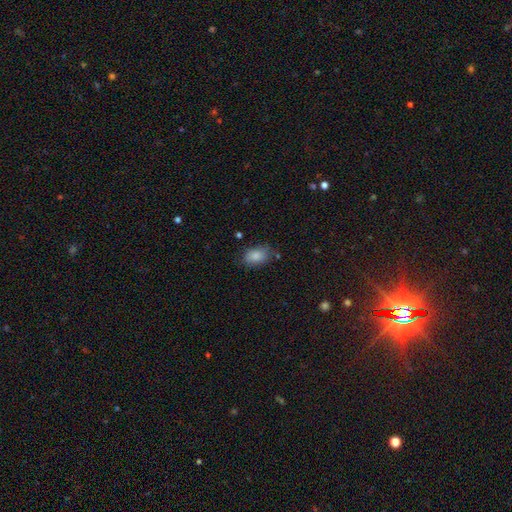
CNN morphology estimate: Smooth or featured? smooth (85%)
How rounded? in between (88%)
Merging? none (73%)